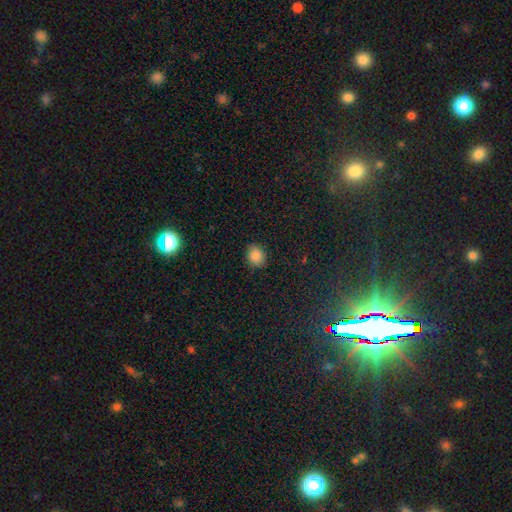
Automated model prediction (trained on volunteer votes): The model was most divided on "how rounded": round: 54%, in between: 45%, cigar-shaped: 1%. More confident: smooth or featured — smooth (86%); merging — none (84%).